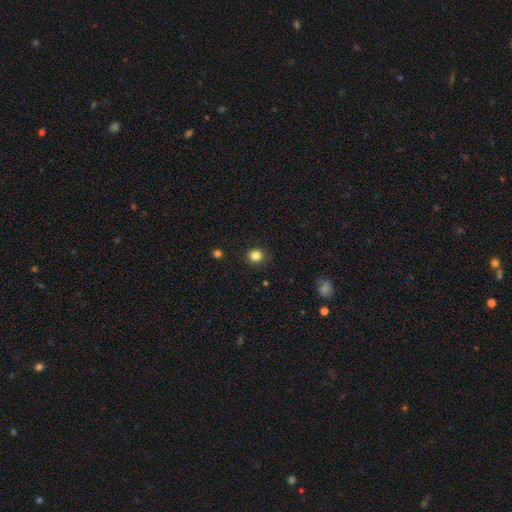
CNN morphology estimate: This is clearly a smooth galaxy (84%). How rounded: clearly round (83%). Merging: clearly none (90%).